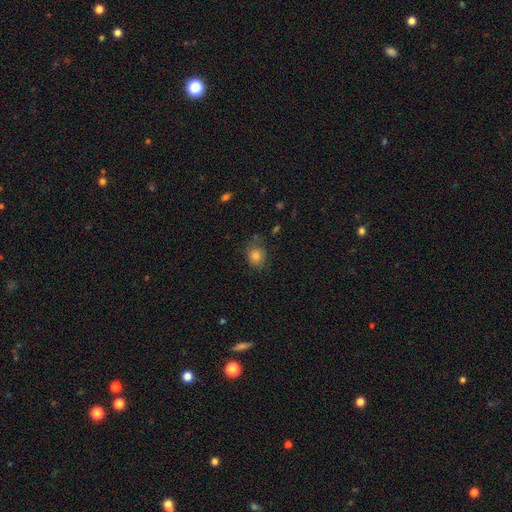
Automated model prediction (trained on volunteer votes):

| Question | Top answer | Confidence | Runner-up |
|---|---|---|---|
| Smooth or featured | smooth | 81% | star or artifact (12%) |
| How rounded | round | 74% | in between (25%) |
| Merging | none | 73% | minor disturbance (19%) |